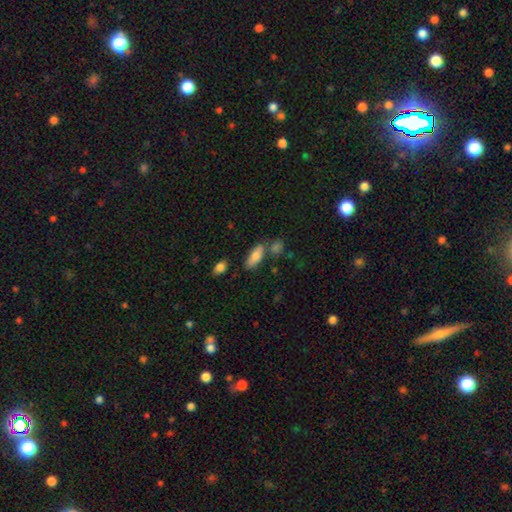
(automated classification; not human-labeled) smooth 77%, featured or disk 15%, star or artifact 8%. Down the decision tree: how rounded — in between (74%); merging — none (65%).